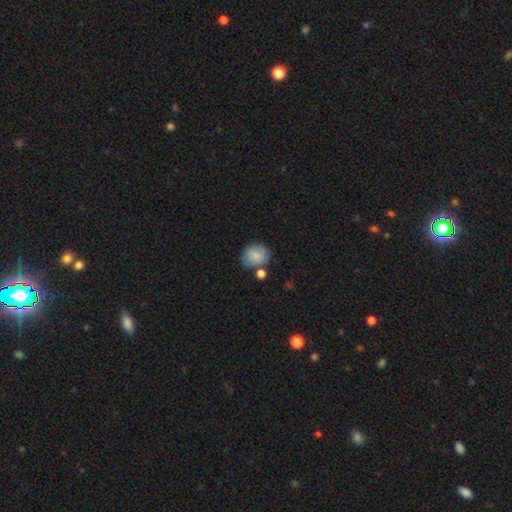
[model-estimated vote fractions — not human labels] A smooth galaxy with no disk features (83%) that is round (68%). Merging: none (63%).